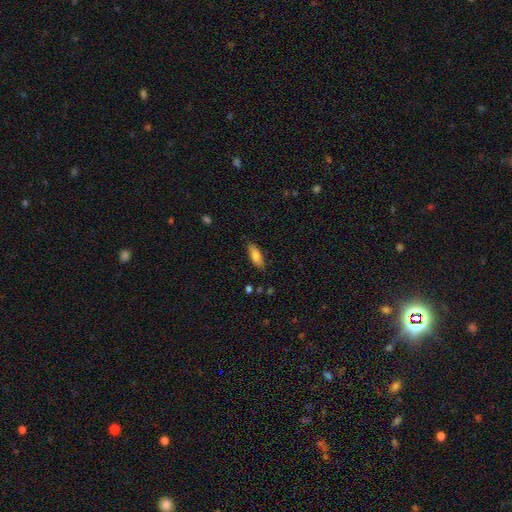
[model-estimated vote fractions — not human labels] A smooth galaxy with no disk features (81%) that is in between round and cigar-shaped (71%). Merging: none (83%).